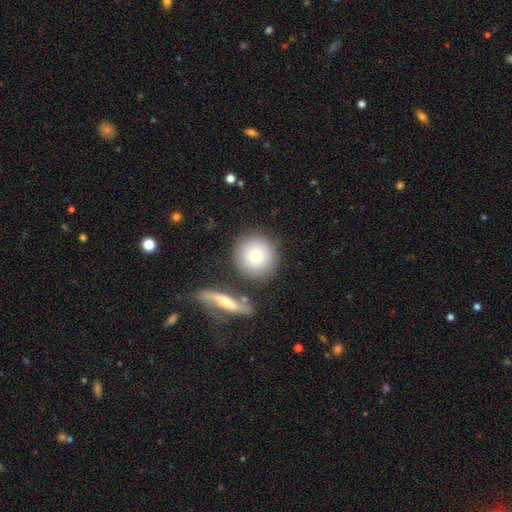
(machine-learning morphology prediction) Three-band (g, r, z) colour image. It shows a smooth galaxy with no disk features (73%) that is round (93%). Merging: none (77%).